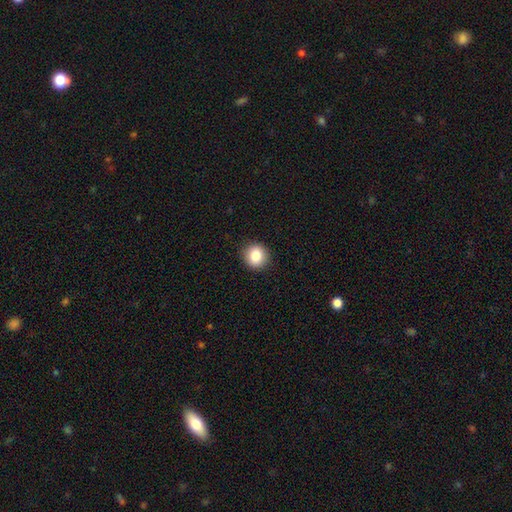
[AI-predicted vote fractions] A smooth galaxy with no disk features (84%) that is round (91%).

Vote fractions:
- Smooth or featured? smooth: 84% / star or artifact: 10% / featured or disk: 7%
- How rounded? round: 91% / in between: 8% / cigar-shaped: 1%
- Merging? none: 92% / minor disturbance: 6% / major disturbance: 2% / merger: 1%